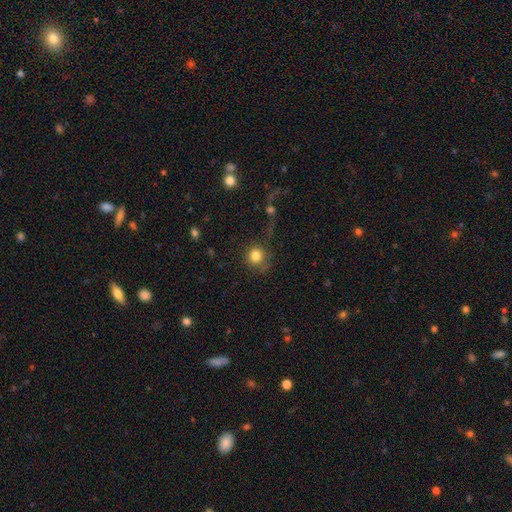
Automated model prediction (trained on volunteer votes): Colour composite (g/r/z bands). It shows a smooth galaxy with no disk features (82%) that is round (90%). Merging: none (65%).